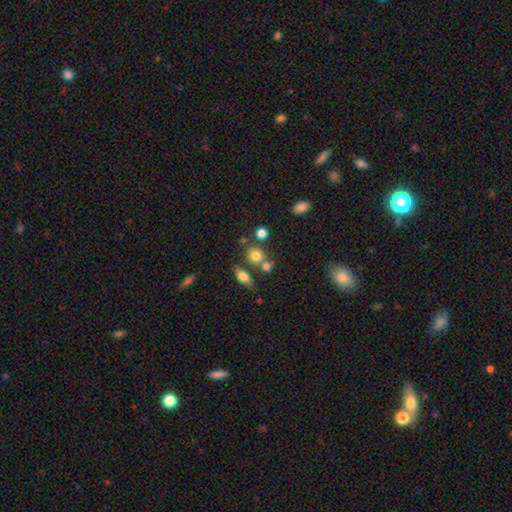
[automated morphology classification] This appears to be a smooth galaxy with no disk features (78%) that is round (77%). Merging: none (60%).